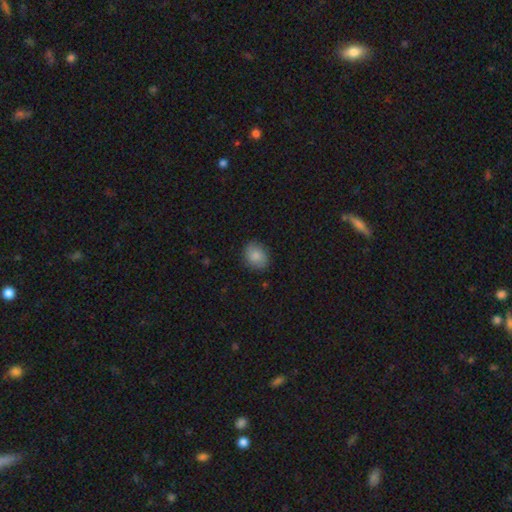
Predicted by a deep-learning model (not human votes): Overall: smooth (84%). How rounded: round (51%; in between 48%). Merging: none (84%).